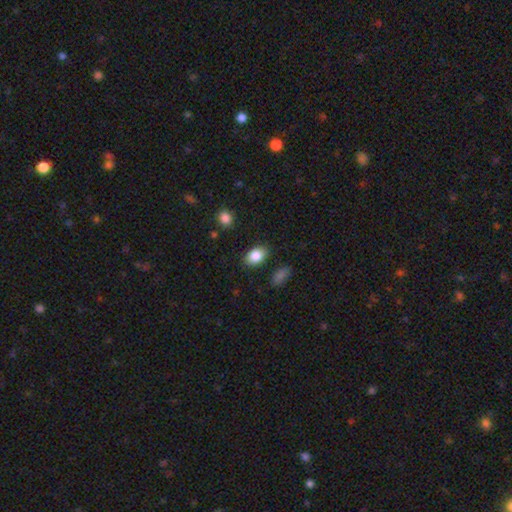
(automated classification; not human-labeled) The model was most divided on "how rounded": in between: 85%, round: 14%, cigar-shaped: 1%. More confident: merging — none (86%); smooth or featured — smooth (85%).